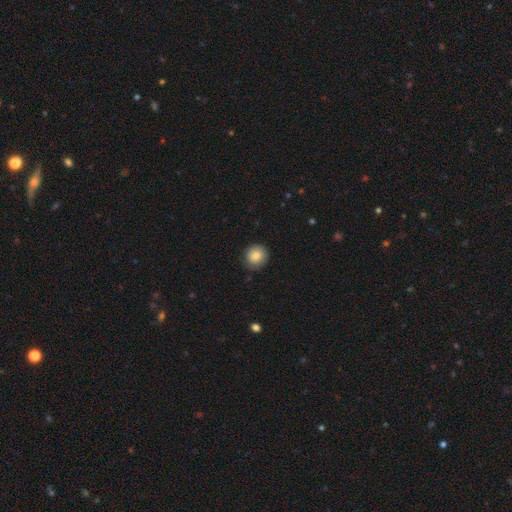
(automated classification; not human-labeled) smooth 84%, star or artifact 8%, featured or disk 7%. Down the decision tree: how rounded — round (90%); merging — none (85%).